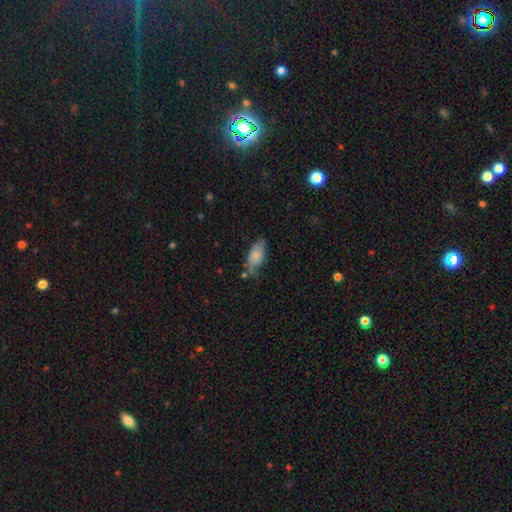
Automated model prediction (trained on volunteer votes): A smooth galaxy with no disk features (68%) that is in between round and cigar-shaped (91%).

Vote fractions:
- Smooth or featured? smooth: 68% / featured or disk: 25% / star or artifact: 7%
- How rounded? in between: 91% / cigar-shaped: 5% / round: 4%
- Merging? none: 48% / minor disturbance: 35% / major disturbance: 13% / merger: 5%